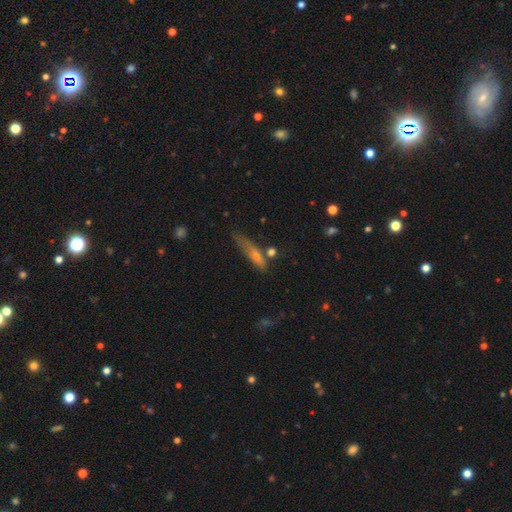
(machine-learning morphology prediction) This appears to be a smooth galaxy with no disk features (55%) that is cigar-shaped (81%). Merging: none (57%).